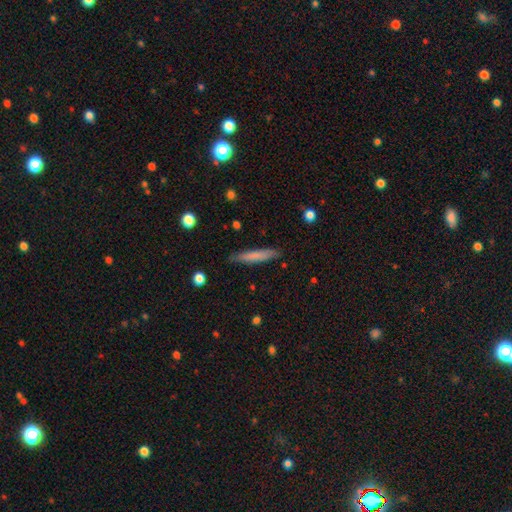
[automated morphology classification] Smooth or featured: smooth — 74% (featured or disk — 21%)
How rounded: cigar-shaped — 93% (in between — 6%)
Merging: none — 86% (minor disturbance — 11%)